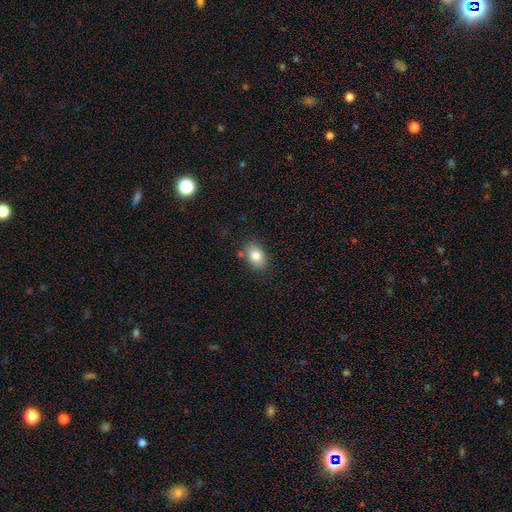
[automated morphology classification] type=smooth (83%); roundness=in between (81%); merging=none (80%).